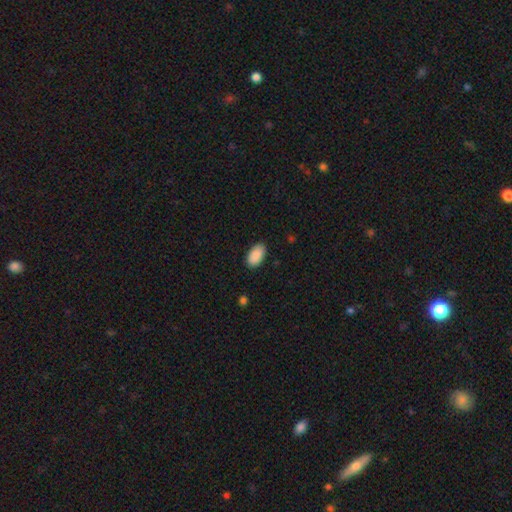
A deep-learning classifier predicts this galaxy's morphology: Overall: smooth (91%). How rounded: in between (95%). Merging: none (86%).